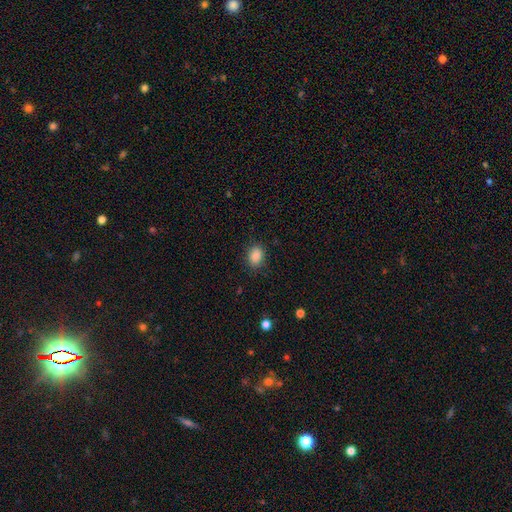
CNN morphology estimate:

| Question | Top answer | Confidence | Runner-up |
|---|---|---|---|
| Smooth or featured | smooth | 88% | star or artifact (9%) |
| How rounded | in between | 72% | round (27%) |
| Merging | none | 84% | minor disturbance (12%) |